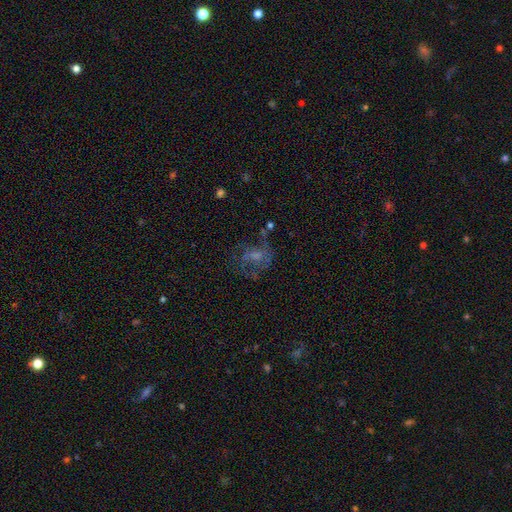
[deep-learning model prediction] A featured or disk galaxy (48%). Merging: none (46%).